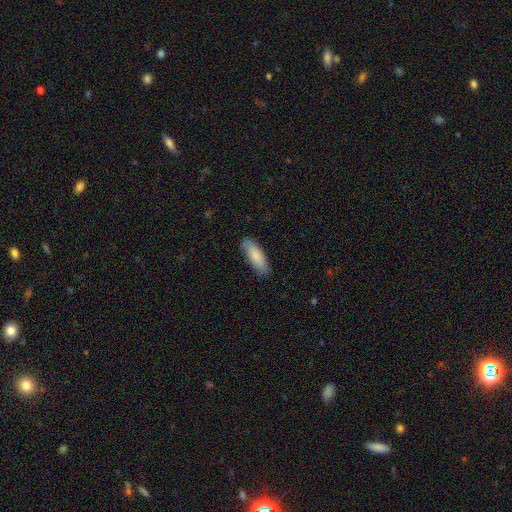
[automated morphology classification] A smooth galaxy with no disk features (82%) that is in between round and cigar-shaped (67%). Merging: none (81%).